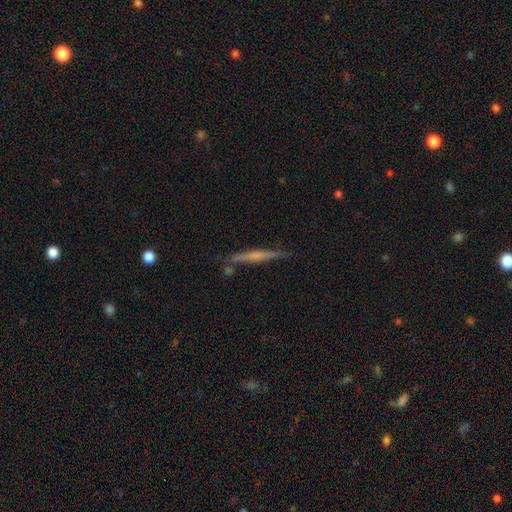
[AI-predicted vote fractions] Smooth or featured?
  - featured or disk: 60% *
  - smooth: 33%
  - star or artifact: 7%
Edge-on disk?
  - yes: 97% *
  - no: 3%
Edge-on bulge?
  - rounded: 47% *
  - none: 37%
  - boxy: 16%
Merging?
  - none: 82% *
  - minor disturbance: 11%
  - merger: 4%
  - major disturbance: 2%